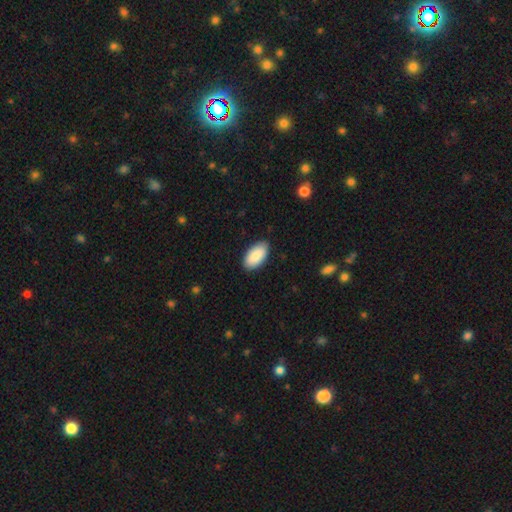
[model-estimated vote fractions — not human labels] smooth-or-featured: smooth: 89% | featured or disk: 5% | star or artifact: 5%
  how-rounded: in between: 96% | cigar-shaped: 2% | round: 2%
  merging: none: 87% | minor disturbance: 10% | major disturbance: 2% | merger: 1%